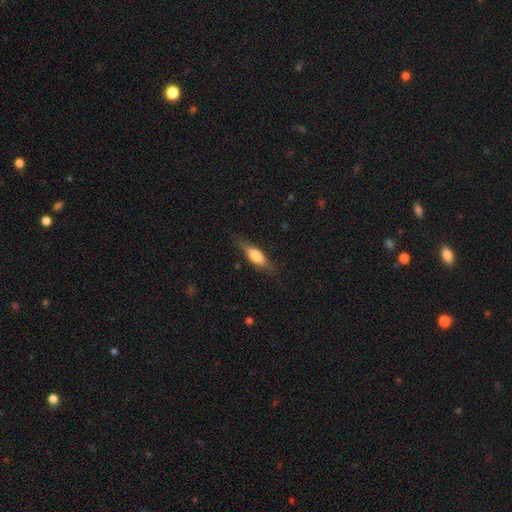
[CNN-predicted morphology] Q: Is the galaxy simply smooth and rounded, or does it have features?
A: smooth — 61%.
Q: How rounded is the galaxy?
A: in between — 53%.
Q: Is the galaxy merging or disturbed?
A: none — 77%.